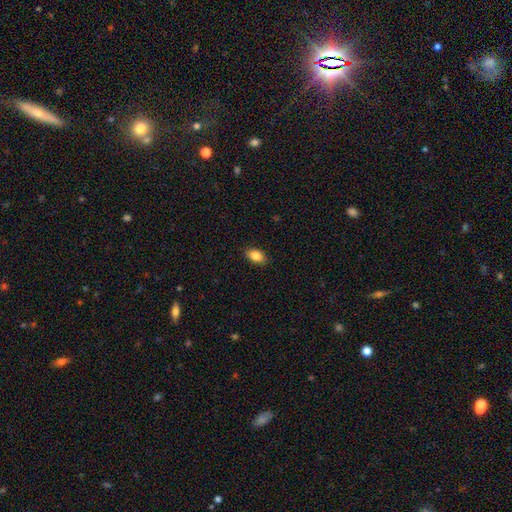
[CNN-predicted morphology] A smooth galaxy with no disk features (85%) that is in between round and cigar-shaped (87%).

Vote fractions:
- Smooth or featured? smooth: 85% / star or artifact: 8% / featured or disk: 6%
- How rounded? in between: 87% / round: 11% / cigar-shaped: 2%
- Merging? none: 89% / minor disturbance: 9% / major disturbance: 2% / merger: 1%